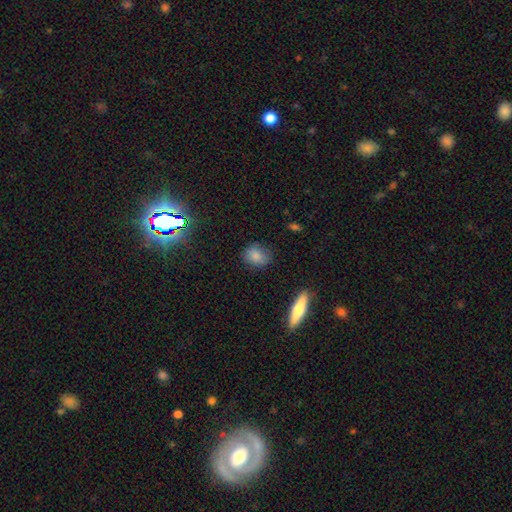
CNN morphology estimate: smooth-or-featured: smooth: 82% | star or artifact: 10% | featured or disk: 8%
  how-rounded: in between: 60% | round: 37% | cigar-shaped: 2%
  merging: none: 77% | minor disturbance: 17% | major disturbance: 4% | merger: 2%